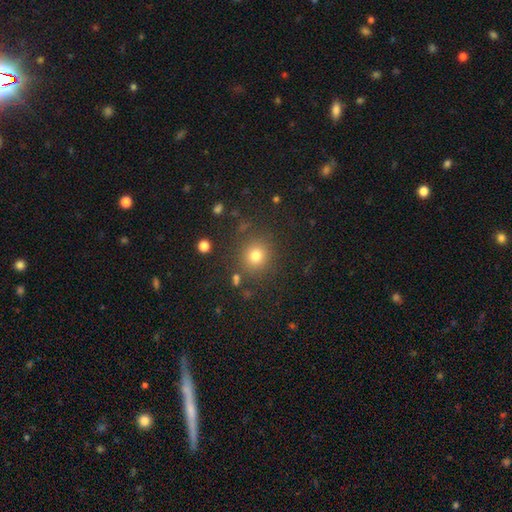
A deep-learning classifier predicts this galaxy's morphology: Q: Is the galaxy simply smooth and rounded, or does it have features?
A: smooth — 78%.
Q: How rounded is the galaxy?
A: round — 90%.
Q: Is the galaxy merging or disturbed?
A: none — 84%.